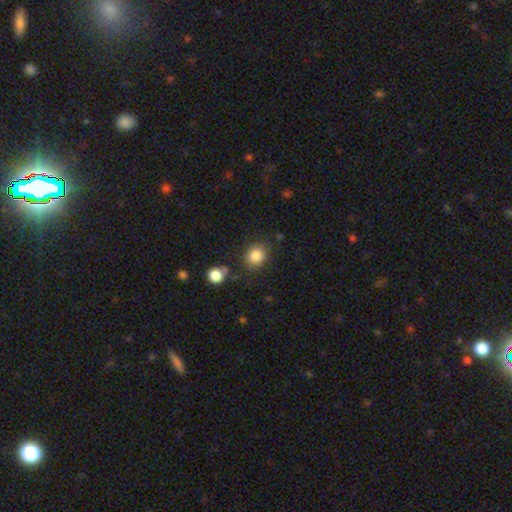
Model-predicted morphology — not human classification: A smooth galaxy with no disk features (85%) that is round (74%). Merging: none (81%).